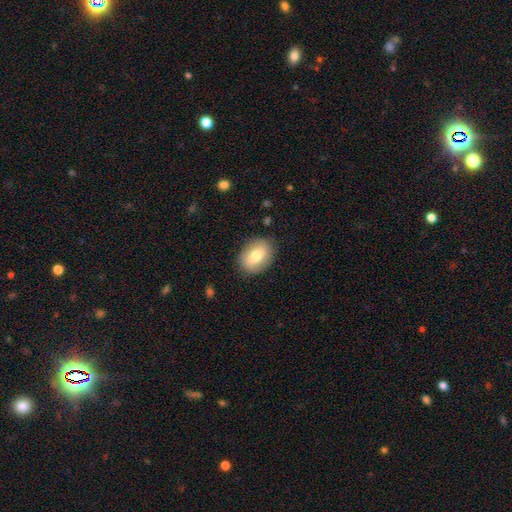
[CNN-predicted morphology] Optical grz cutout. It shows a smooth galaxy with no disk features (71%) that is in between round and cigar-shaped (70%). Merging: none (85%).